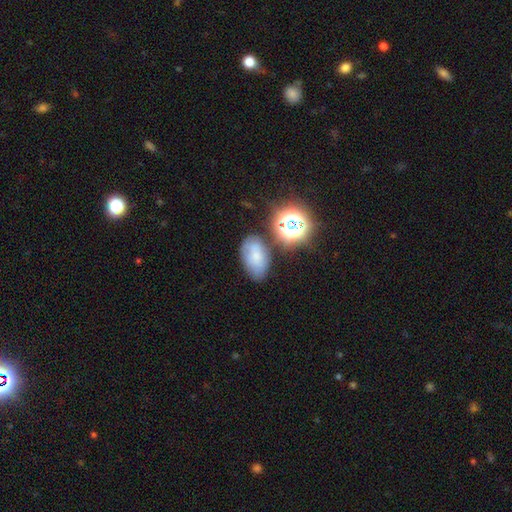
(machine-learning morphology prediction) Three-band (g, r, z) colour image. It shows a smooth galaxy with no disk features (57%) that is in between round and cigar-shaped (86%). Merging: none (63%).